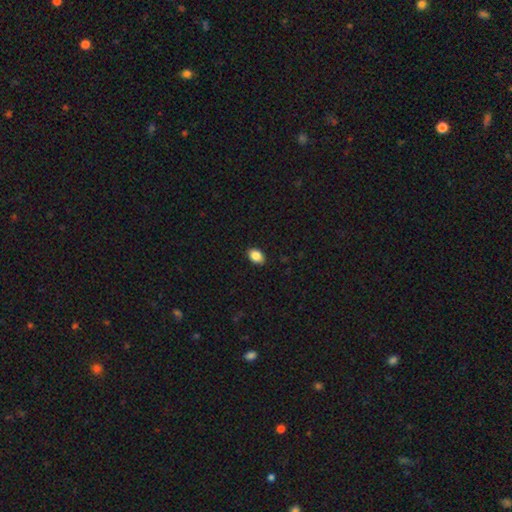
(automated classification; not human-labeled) smooth-or-featured: smooth: 86% | star or artifact: 8% | featured or disk: 5%
  how-rounded: in between: 81% | round: 18% | cigar-shaped: 1%
  merging: none: 90% | minor disturbance: 8% | major disturbance: 2% | merger: 1%